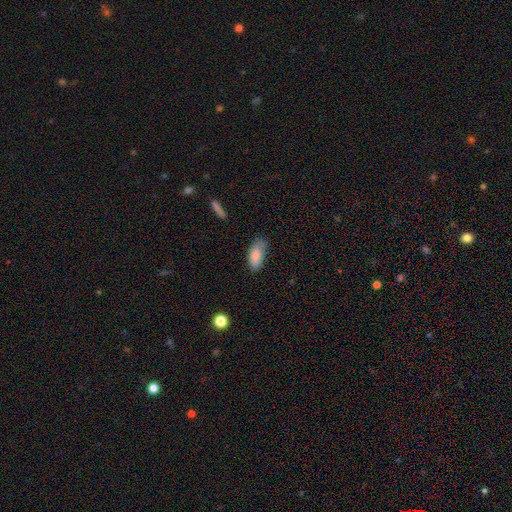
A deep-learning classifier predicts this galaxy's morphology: smooth 85%, featured or disk 8%, star or artifact 7%. Down the decision tree: how rounded — in between (86%); merging — none (62%).